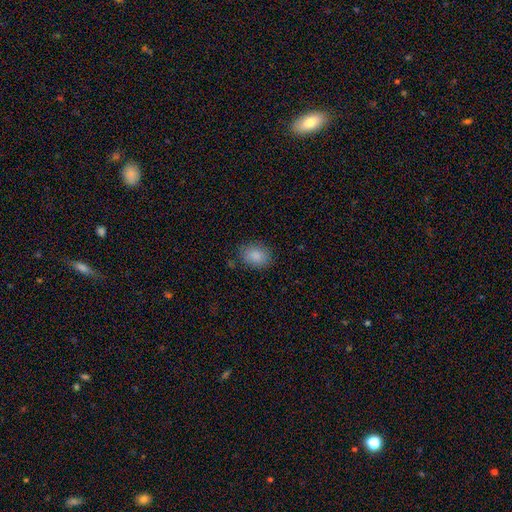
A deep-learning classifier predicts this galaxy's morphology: Smooth or featured?
  - smooth: 87% *
  - star or artifact: 8%
  - featured or disk: 5%
How rounded?
  - in between: 68% *
  - round: 31%
  - cigar-shaped: 1%
Merging?
  - none: 81% *
  - minor disturbance: 13%
  - major disturbance: 4%
  - merger: 2%